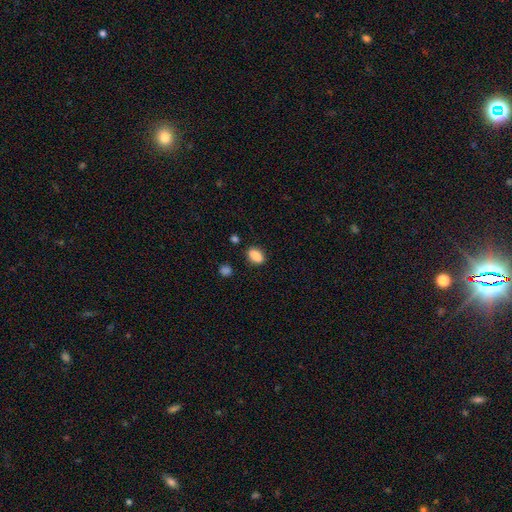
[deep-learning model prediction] The model was most divided on "merging": none: 84%, minor disturbance: 11%, major disturbance: 3%, merger: 3%. More confident: smooth or featured — smooth (87%); how rounded — in between (85%).